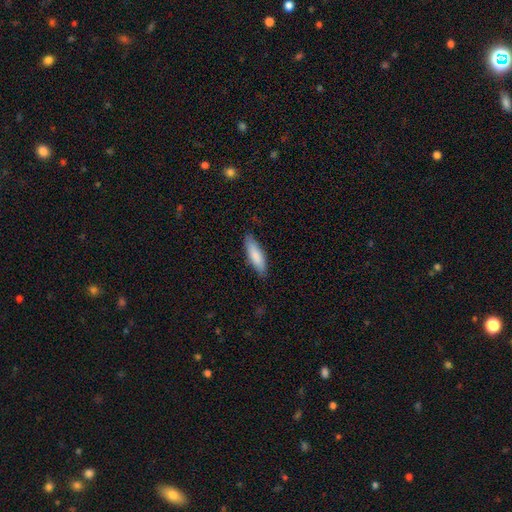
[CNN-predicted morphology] Smooth or featured? Predicted: smooth (p=0.85). How rounded? Predicted: cigar-shaped (p=0.56). Merging? Predicted: none (p=0.84).